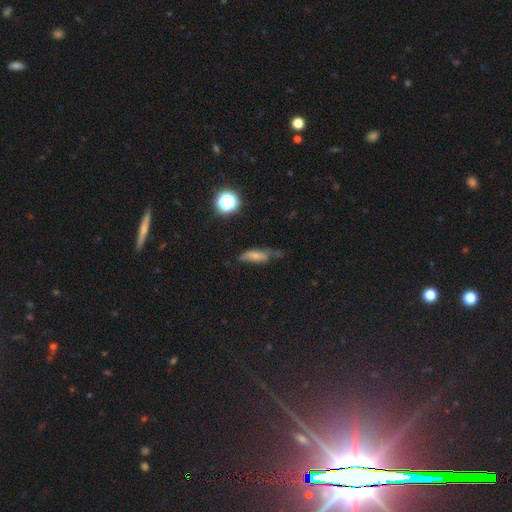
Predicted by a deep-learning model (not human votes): smooth-or-featured: smooth: 63% | featured or disk: 24% | star or artifact: 13%
  how-rounded: in between: 55% | cigar-shaped: 40% | round: 5%
  merging: none: 43% | minor disturbance: 35% | major disturbance: 18% | merger: 5%